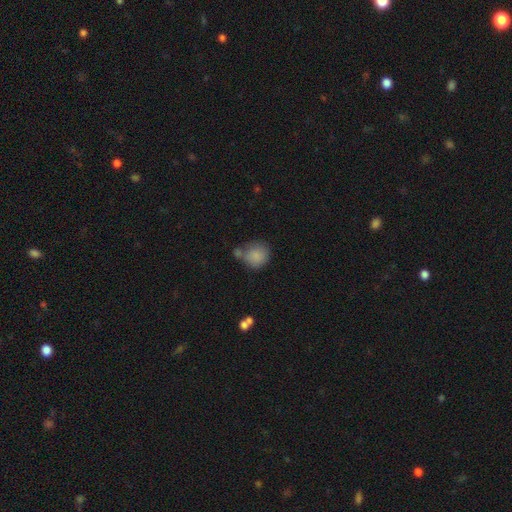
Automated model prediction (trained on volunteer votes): This appears to be a smooth galaxy with no disk features (84%) that is round (81%). Merging: none (47%).